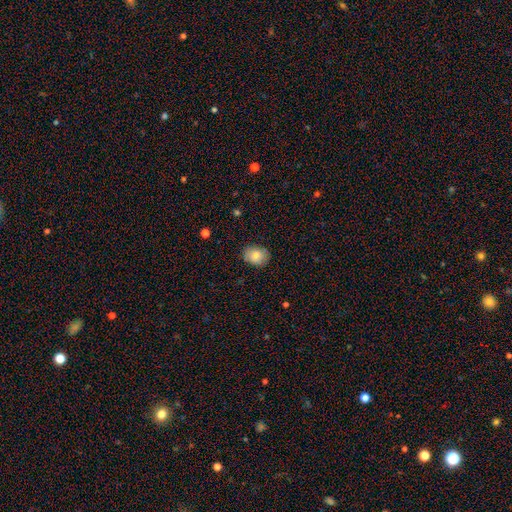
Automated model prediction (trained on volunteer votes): smooth_or_featured: smooth (p=0.79) [alt: featured or disk p=0.13]
how_rounded: in between (p=0.59) [alt: round p=0.40]
merging: none (p=0.83) [alt: minor disturbance p=0.13]